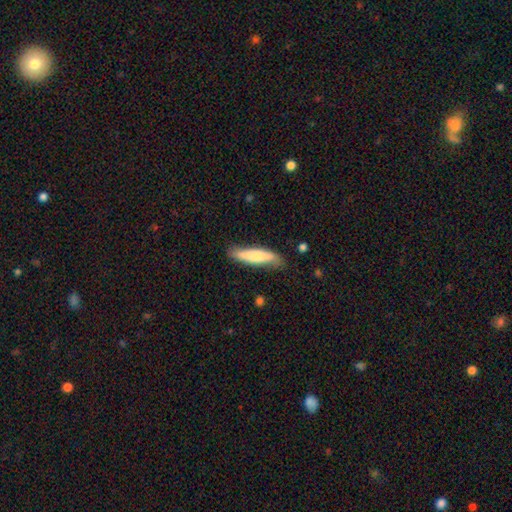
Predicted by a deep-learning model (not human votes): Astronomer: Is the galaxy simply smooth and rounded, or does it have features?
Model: smooth — 73%.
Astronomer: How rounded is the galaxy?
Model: cigar-shaped — 82%.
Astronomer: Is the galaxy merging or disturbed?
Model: none — 76%.